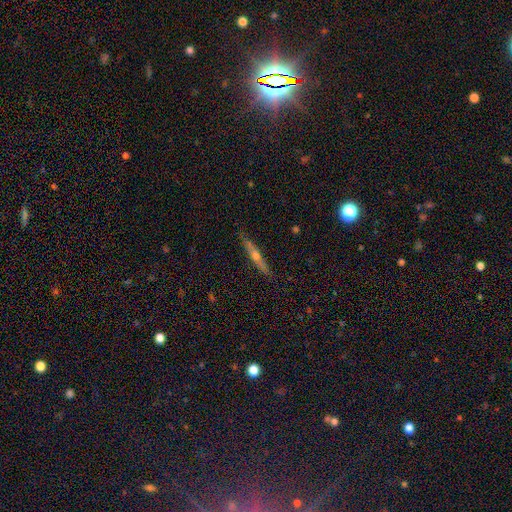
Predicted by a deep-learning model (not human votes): Morphology: type=featured or disk (66%); edge-on=yes (96%); edge-on bulge=rounded (86%); merging=none (89%).